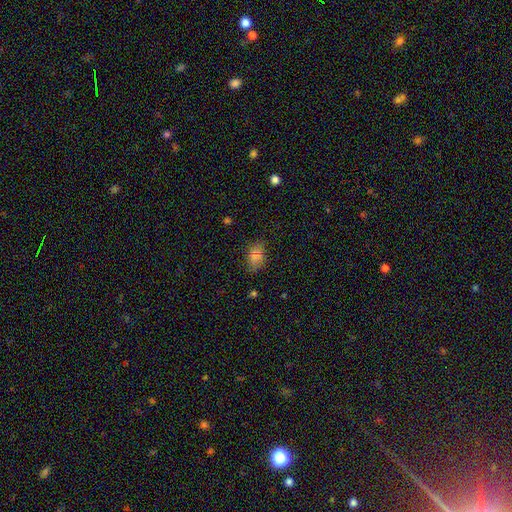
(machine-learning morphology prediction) This appears to be a smooth galaxy with no disk features (74%) that is in between round and cigar-shaped (84%). Merging: none (77%).